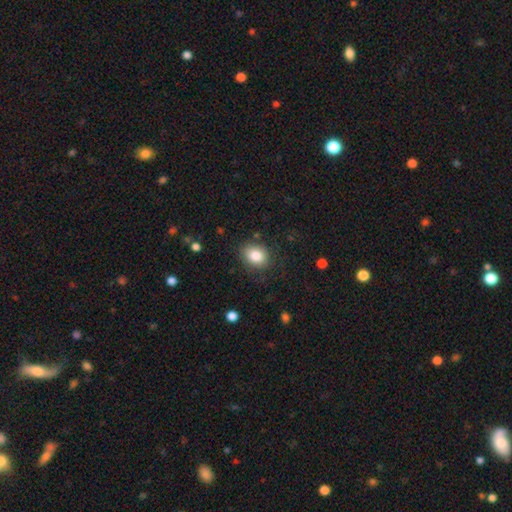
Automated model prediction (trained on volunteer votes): Q: Smooth or featured?
A: smooth (84%); runner-up: star or artifact (8%)
Q: How rounded?
A: in between (54%); runner-up: round (45%)
Q: Merging?
A: none (80%); runner-up: minor disturbance (14%)